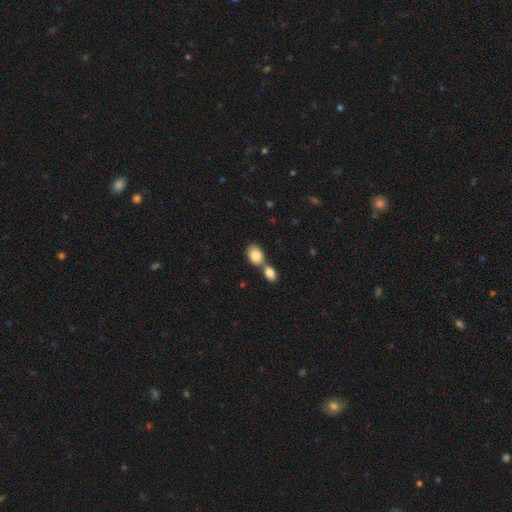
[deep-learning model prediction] This appears to be a smooth galaxy with no disk features (84%) that is in between round and cigar-shaped (77%). Merging: merger (56%).